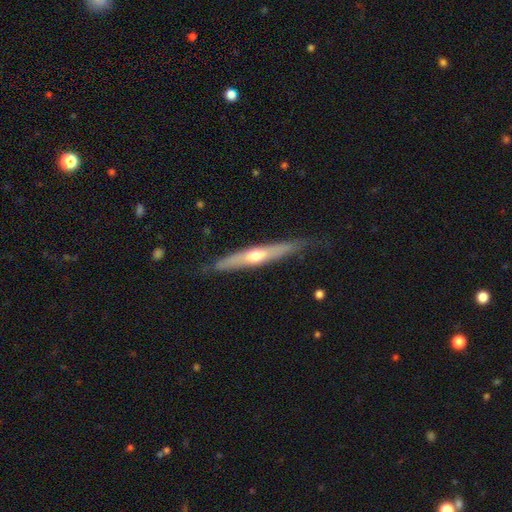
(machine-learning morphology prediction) smooth-or-featured: featured or disk: 57% | smooth: 38% | star or artifact: 5%
  disk-edge-on: yes: 89% | no: 11%
    edge-on-bulge: rounded: 80% | none: 17% | boxy: 4%
  merging: none: 81% | minor disturbance: 15% | major disturbance: 4% | merger: 1%